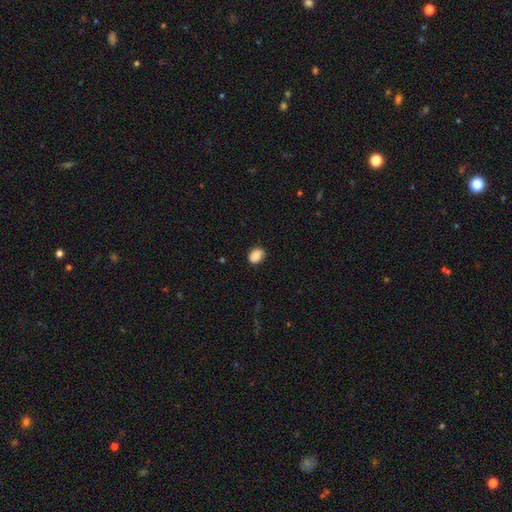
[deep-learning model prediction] This is clearly a smooth galaxy (88%). How rounded: likely in between (70%). Merging: clearly none (84%).